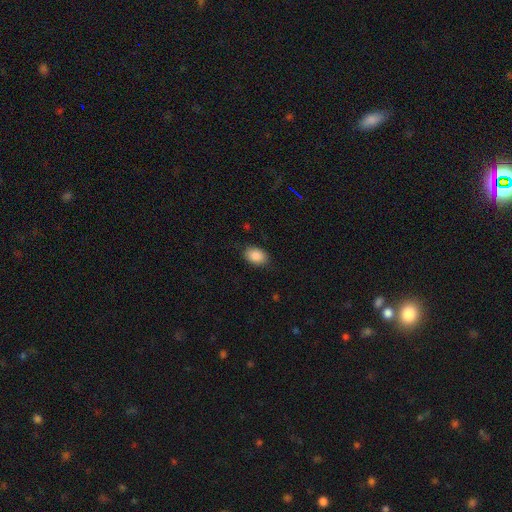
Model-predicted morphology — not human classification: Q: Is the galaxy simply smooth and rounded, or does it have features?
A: smooth — 88%.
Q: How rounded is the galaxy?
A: in between — 84%.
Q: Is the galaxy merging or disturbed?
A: none — 82%.